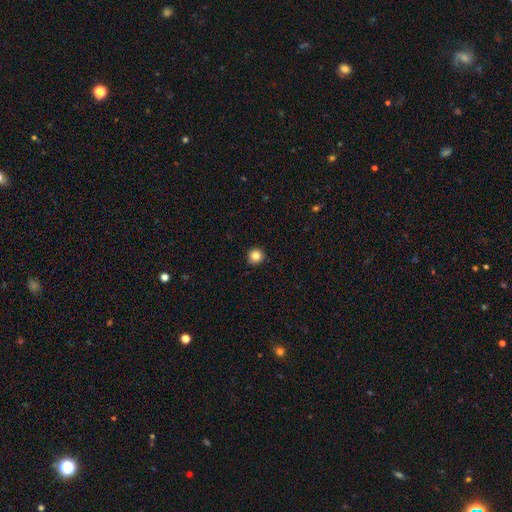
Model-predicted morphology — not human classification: A smooth galaxy with no disk features (84%) that is round (94%).

Vote fractions:
- Smooth or featured? smooth: 84% / star or artifact: 11% / featured or disk: 5%
- How rounded? round: 94% / in between: 5% / cigar-shaped: 1%
- Merging? none: 92% / minor disturbance: 5% / major disturbance: 1% / merger: 1%